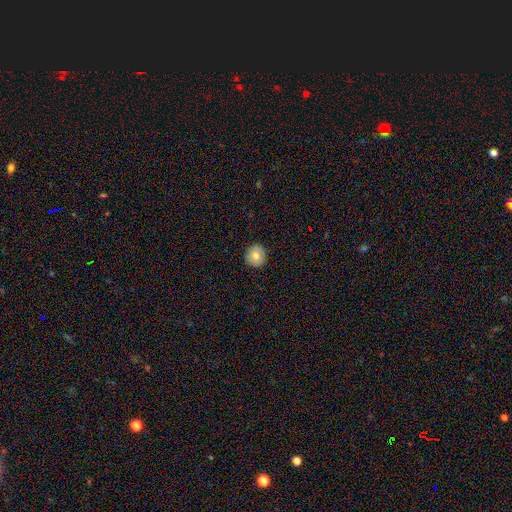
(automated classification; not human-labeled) smooth_or_featured: smooth (p=0.78) [alt: featured or disk p=0.13]
how_rounded: round (p=0.92) [alt: in between p=0.07]
merging: none (p=0.92) [alt: minor disturbance p=0.06]